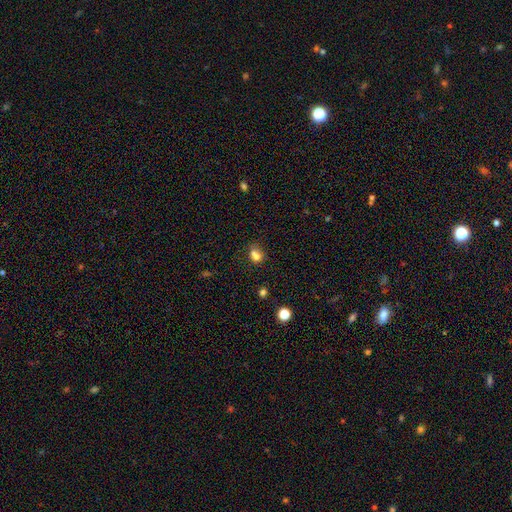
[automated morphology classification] smooth-or-featured: smooth: 74% | star or artifact: 15% | featured or disk: 12%
  how-rounded: round: 51% | in between: 48% | cigar-shaped: 1%
  merging: none: 41% | merger: 34% | minor disturbance: 17% | major disturbance: 8%